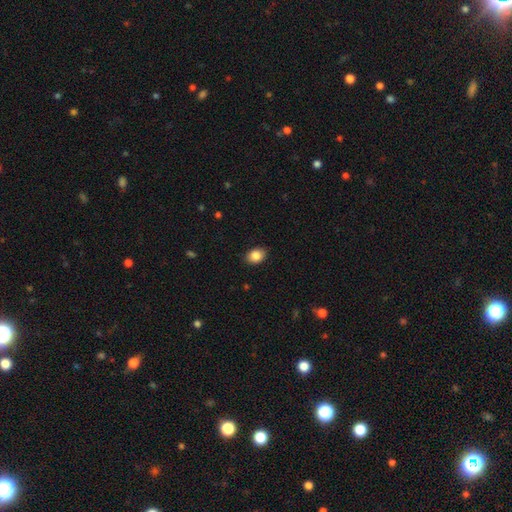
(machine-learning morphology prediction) This is clearly a smooth galaxy (86%). How rounded: likely in between (70%). Merging: clearly none (87%).